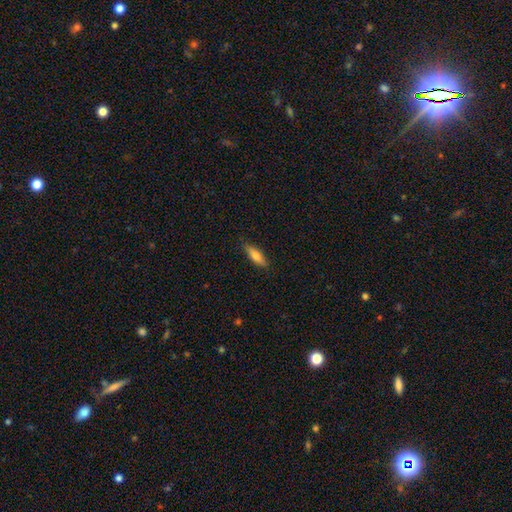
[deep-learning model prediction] Smooth or featured? smooth (75%)
How rounded? in between (50%)
Merging? none (86%)